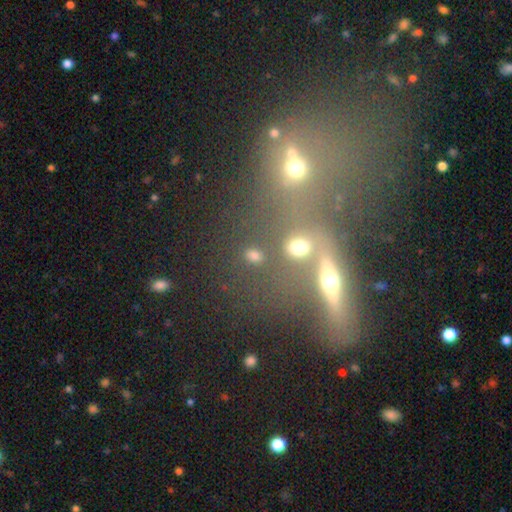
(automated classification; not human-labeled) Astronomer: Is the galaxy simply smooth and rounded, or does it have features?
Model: smooth — 58%.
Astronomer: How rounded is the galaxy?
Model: round — 66%.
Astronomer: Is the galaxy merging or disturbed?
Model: none — 61%.